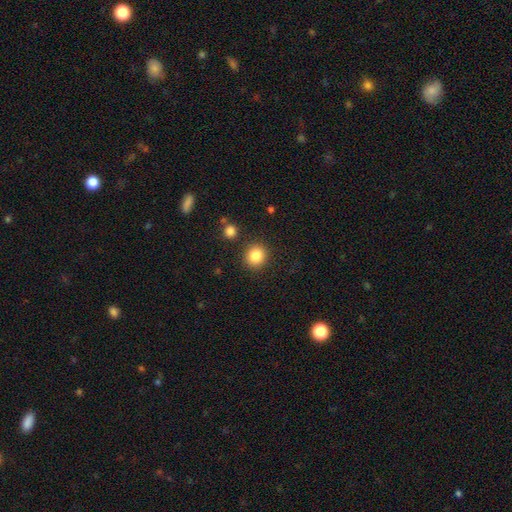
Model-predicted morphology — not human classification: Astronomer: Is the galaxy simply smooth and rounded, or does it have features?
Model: smooth — 85%.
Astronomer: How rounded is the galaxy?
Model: round — 86%.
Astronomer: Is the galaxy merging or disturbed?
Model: none — 88%.